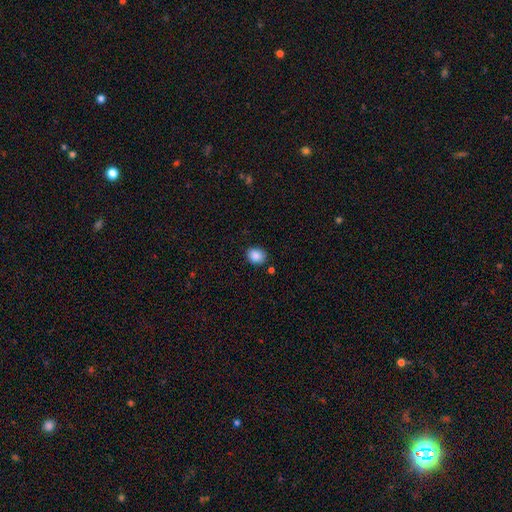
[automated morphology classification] type=smooth (88%); roundness=round (54%); merging=none (84%).